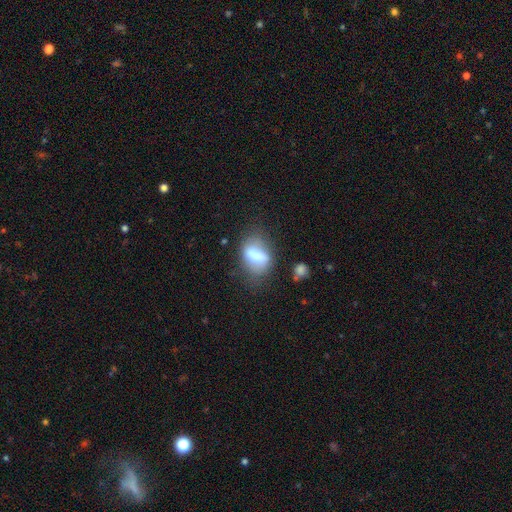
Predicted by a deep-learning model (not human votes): Smooth or featured? Predicted: smooth (p=0.62). How rounded? Predicted: in between (p=0.74). Merging? Predicted: none (p=0.46).